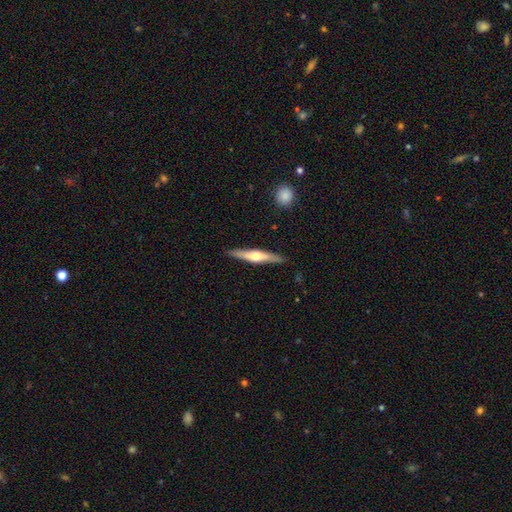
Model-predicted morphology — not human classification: The model was most divided on "smooth or featured": featured or disk: 61%, smooth: 34%, star or artifact: 5%. More confident: edge-on disk — yes (95%); merging — none (89%); edge-on bulge — rounded (89%).